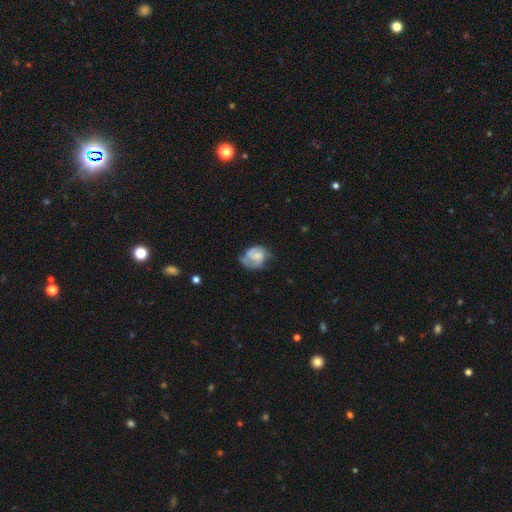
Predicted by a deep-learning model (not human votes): Q: Smooth or featured?
A: smooth (47%); runner-up: featured or disk (45%)
Q: Merging?
A: none (37%); runner-up: minor disturbance (33%)